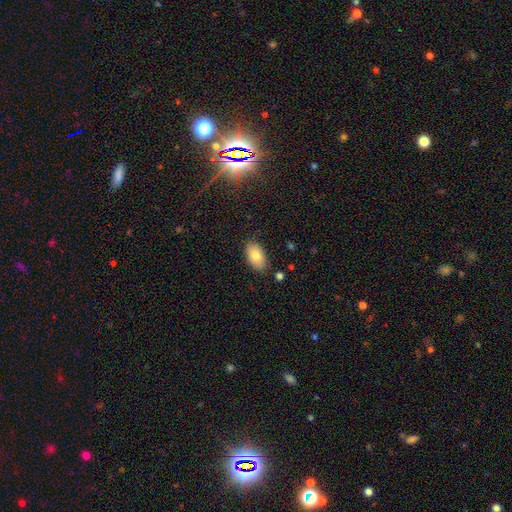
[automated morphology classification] smooth_or_featured: smooth (p=0.78) [alt: featured or disk p=0.14]
how_rounded: in between (p=0.93) [alt: round p=0.06]
merging: none (p=0.86) [alt: minor disturbance p=0.10]